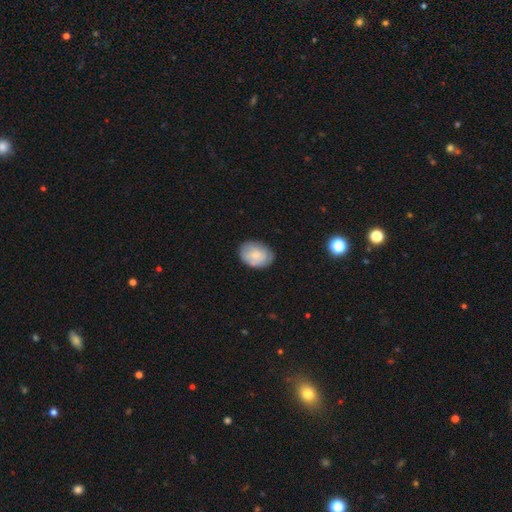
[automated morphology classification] This is likely a smooth galaxy (66%). How rounded: likely in between (73%). Merging: likely none (76%).